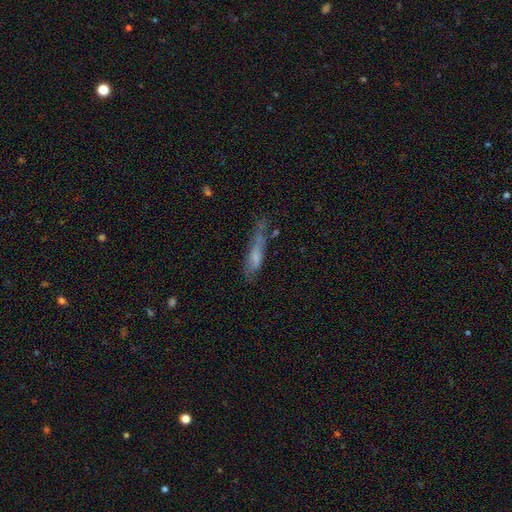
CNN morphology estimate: A smooth galaxy with no disk features (59%) that is cigar-shaped (78%).

Vote fractions:
- Smooth or featured? smooth: 59% / featured or disk: 31% / star or artifact: 10%
- How rounded? cigar-shaped: 78% / in between: 20% / round: 2%
- Merging? none: 42% / minor disturbance: 29% / major disturbance: 21% / merger: 8%